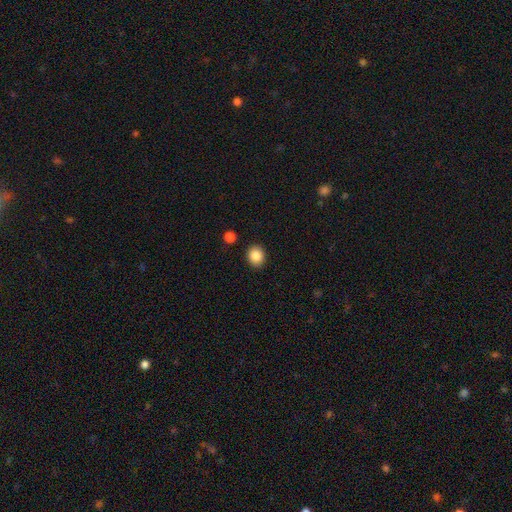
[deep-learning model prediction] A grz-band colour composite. It shows a smooth galaxy with no disk features (87%) that is round (71%). Merging: none (89%).